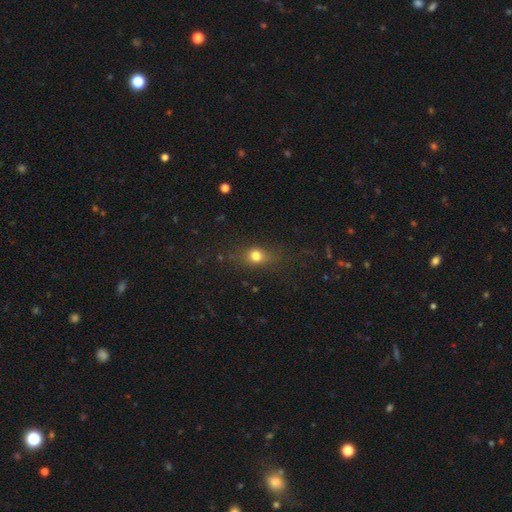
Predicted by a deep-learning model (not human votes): Smooth or featured: smooth — 73% (star or artifact — 16%)
How rounded: round — 52% (in between — 42%)
Merging: none — 75% (minor disturbance — 16%)